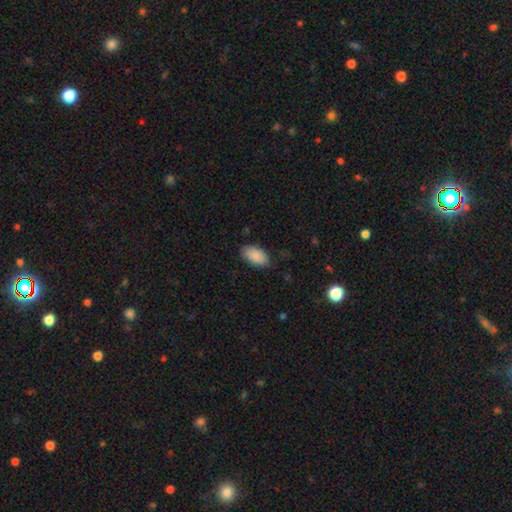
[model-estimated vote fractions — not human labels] This appears to be a smooth galaxy with no disk features (89%) that is in between round and cigar-shaped (95%). Merging: none (81%).